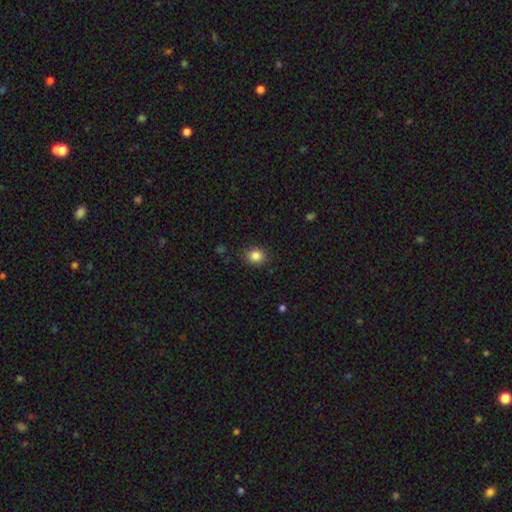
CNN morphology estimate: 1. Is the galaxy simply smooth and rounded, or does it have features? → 85% smooth, 11% star or artifact, 4% featured or disk.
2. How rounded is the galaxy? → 65% round, 34% in between, 1% cigar-shaped.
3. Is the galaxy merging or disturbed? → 87% none, 9% minor disturbance, 3% major disturbance, 1% merger.